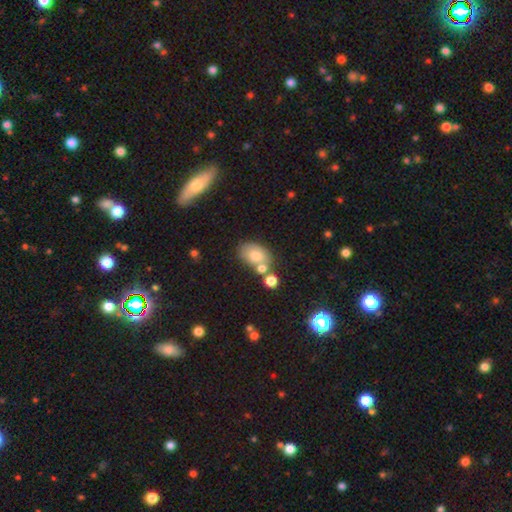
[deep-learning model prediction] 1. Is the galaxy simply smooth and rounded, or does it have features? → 75% smooth, 15% featured or disk, 10% star or artifact.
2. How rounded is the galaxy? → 81% in between, 18% round, 1% cigar-shaped.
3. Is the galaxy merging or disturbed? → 54% none, 24% merger, 17% minor disturbance, 6% major disturbance.